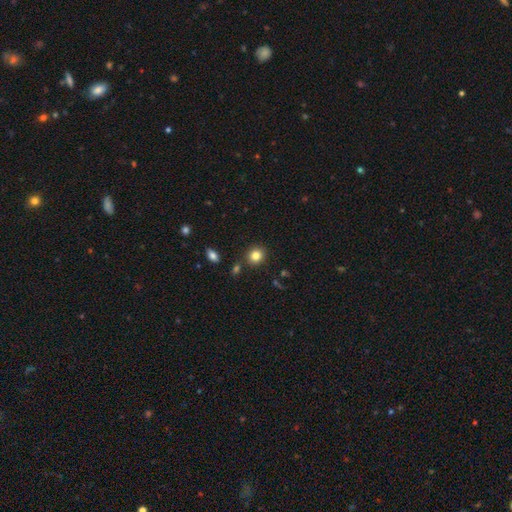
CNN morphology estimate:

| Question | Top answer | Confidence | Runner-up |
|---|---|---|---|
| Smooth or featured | smooth | 83% | star or artifact (11%) |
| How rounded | round | 76% | in between (23%) |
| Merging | none | 85% | minor disturbance (8%) |